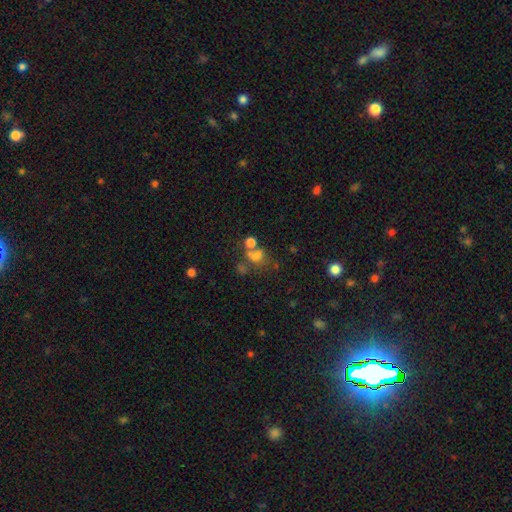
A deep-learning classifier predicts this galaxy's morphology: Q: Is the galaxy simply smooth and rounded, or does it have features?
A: smooth — 55%.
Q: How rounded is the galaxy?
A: round — 55%.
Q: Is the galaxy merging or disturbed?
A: merger — 40%.